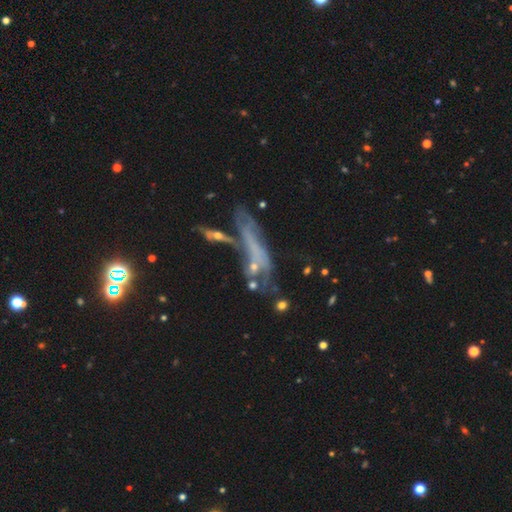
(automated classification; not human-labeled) This appears to be a featured or disk galaxy (52%) viewed edge-on (52%). Merging: none (38%).